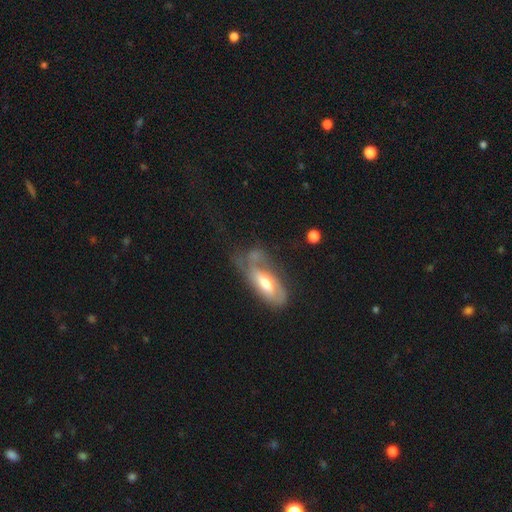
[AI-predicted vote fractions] Smooth or featured? Predicted: featured or disk (p=0.58). Edge-on disk? Predicted: no (p=0.80). Merging? Predicted: none (p=0.33).